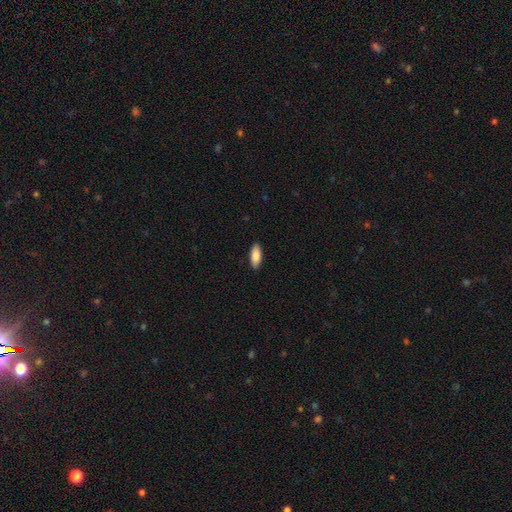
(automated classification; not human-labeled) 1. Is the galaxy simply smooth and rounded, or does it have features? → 87% smooth, 7% featured or disk, 6% star or artifact.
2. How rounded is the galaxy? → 81% in between, 17% cigar-shaped, 2% round.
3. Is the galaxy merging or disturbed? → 89% none, 8% minor disturbance, 2% major disturbance, 1% merger.